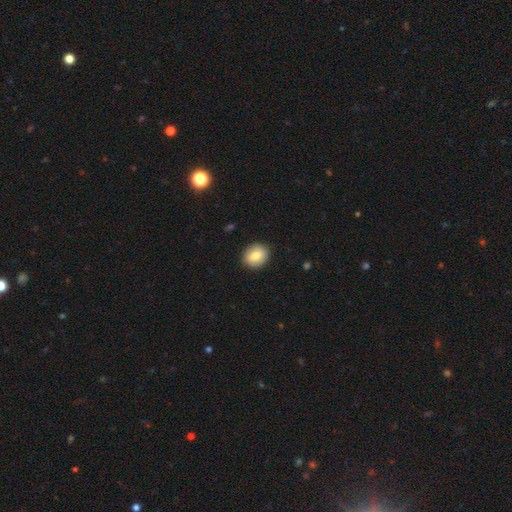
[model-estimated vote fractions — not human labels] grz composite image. It shows a smooth galaxy with no disk features (77%) that is round (65%). Merging: none (89%).